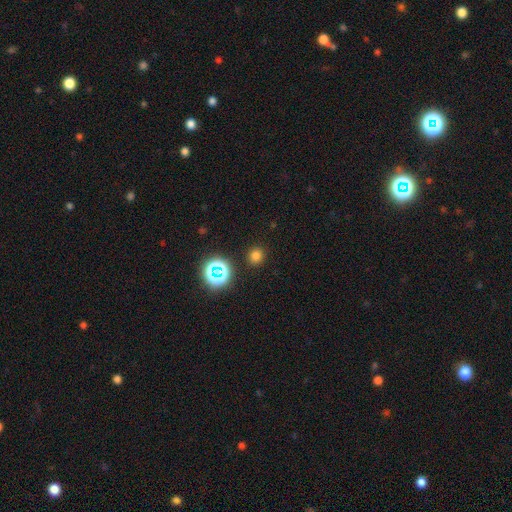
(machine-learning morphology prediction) Q: Smooth or featured?
A: smooth (73%); runner-up: star or artifact (22%)
Q: How rounded?
A: round (88%); runner-up: in between (11%)
Q: Merging?
A: none (90%); runner-up: minor disturbance (6%)